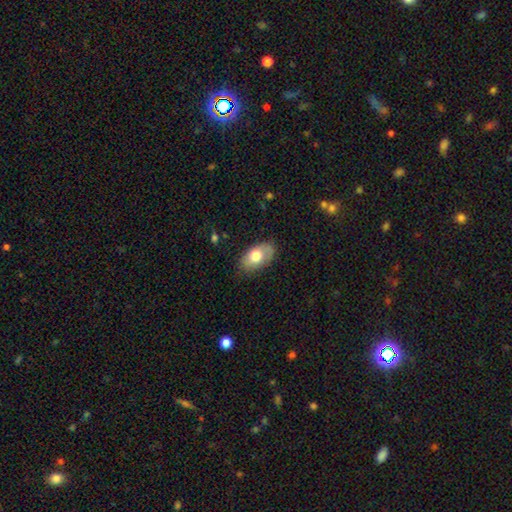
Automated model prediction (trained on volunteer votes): Smooth or featured: smooth — 72% (featured or disk — 22%)
How rounded: in between — 92% (round — 6%)
Merging: none — 77% (minor disturbance — 18%)